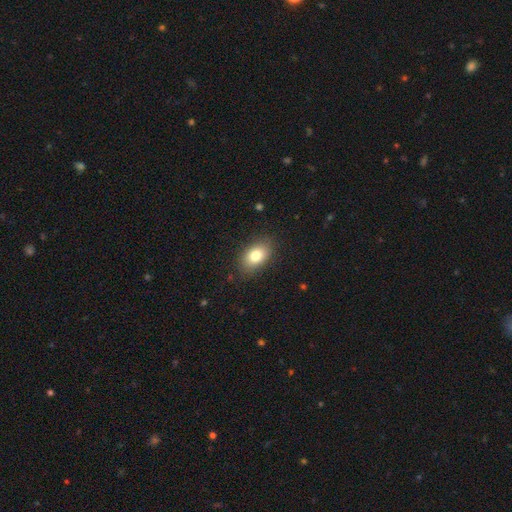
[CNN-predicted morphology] smooth_or_featured: smooth (p=0.80) [alt: featured or disk p=0.12]
how_rounded: in between (p=0.86) [alt: round p=0.12]
merging: none (p=0.85) [alt: minor disturbance p=0.11]